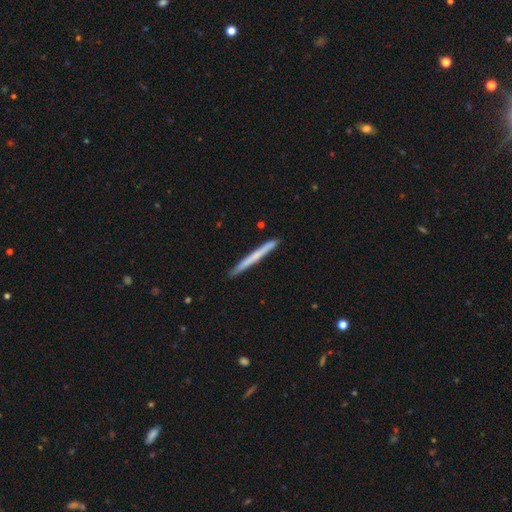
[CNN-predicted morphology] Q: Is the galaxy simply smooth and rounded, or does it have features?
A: smooth — 57%.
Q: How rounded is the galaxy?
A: cigar-shaped — 97%.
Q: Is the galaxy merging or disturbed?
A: none — 92%.